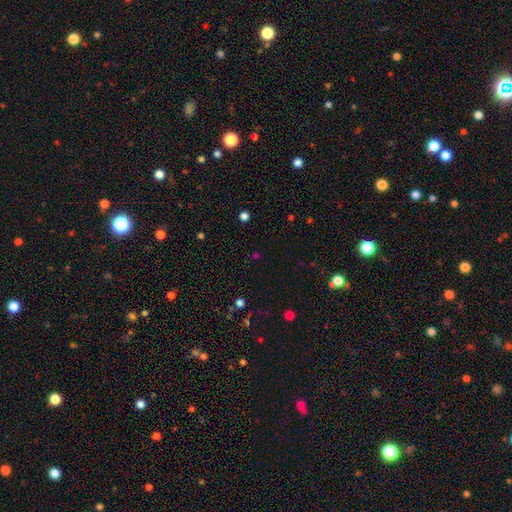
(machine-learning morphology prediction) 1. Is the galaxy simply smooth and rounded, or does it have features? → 55% star or artifact, 38% smooth, 7% featured or disk.